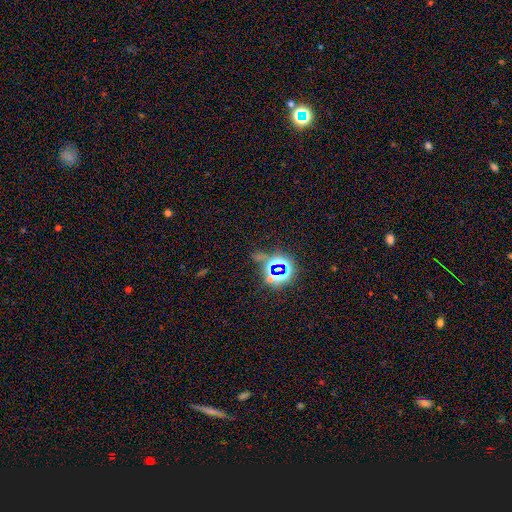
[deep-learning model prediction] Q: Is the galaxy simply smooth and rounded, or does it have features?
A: star or artifact — 75%.